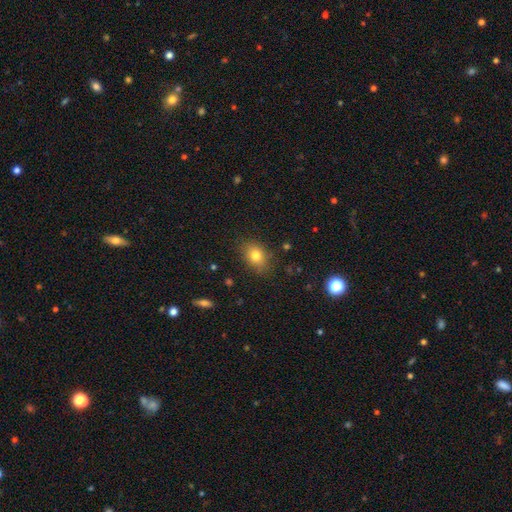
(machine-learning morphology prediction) smooth_or_featured: smooth (p=0.78) [alt: star or artifact p=0.12]
how_rounded: in between (p=0.63) [alt: round p=0.36]
merging: none (p=0.82) [alt: minor disturbance p=0.13]